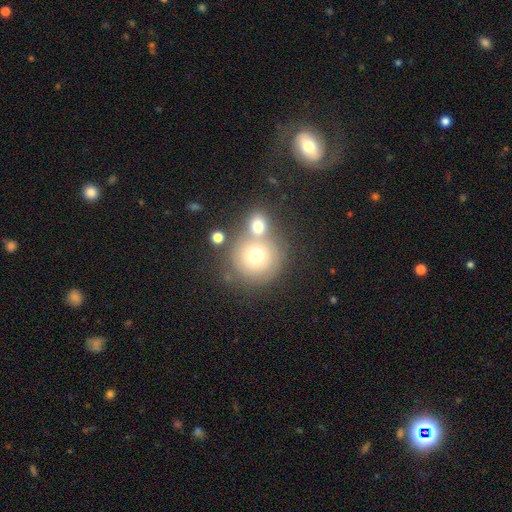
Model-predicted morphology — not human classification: Smooth or featured: smooth — 64% (featured or disk — 24%)
How rounded: round — 91% (in between — 8%)
Merging: none — 48% (merger — 37%)